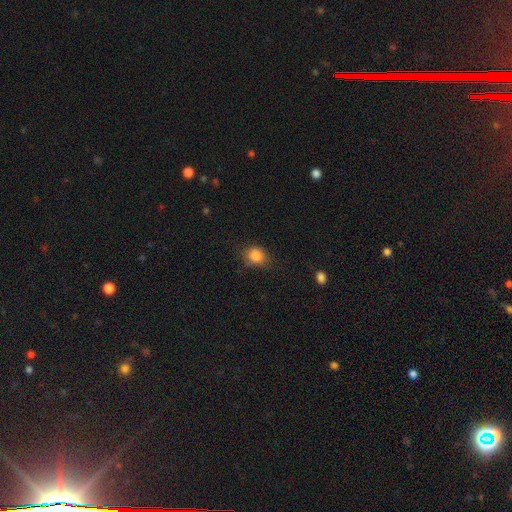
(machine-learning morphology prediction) Smooth or featured?
  - smooth: 83% *
  - star or artifact: 10%
  - featured or disk: 6%
How rounded?
  - round: 64% *
  - in between: 35%
  - cigar-shaped: 1%
Merging?
  - none: 62% *
  - minor disturbance: 27%
  - major disturbance: 9%
  - merger: 2%